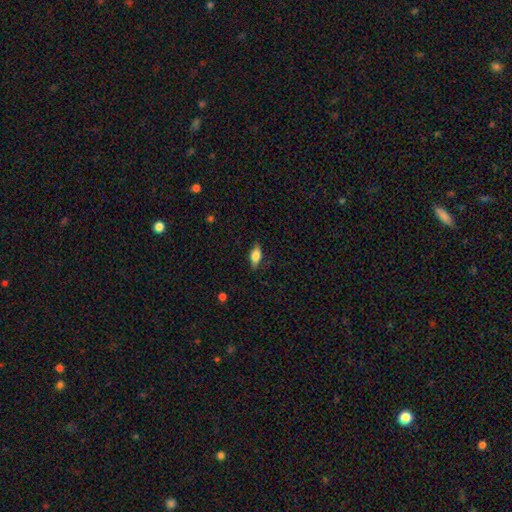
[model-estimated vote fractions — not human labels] A smooth galaxy with no disk features (72%) that is in between round and cigar-shaped (81%). Merging: none (81%).